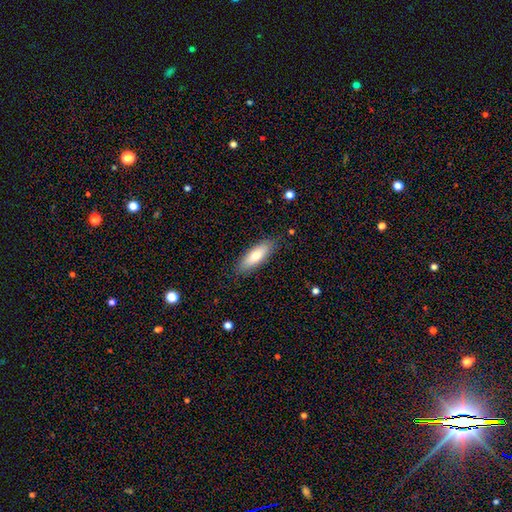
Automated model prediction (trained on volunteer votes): A smooth galaxy with no disk features (73%) that is in between round and cigar-shaped (63%).

Vote fractions:
- Smooth or featured? smooth: 73% / featured or disk: 21% / star or artifact: 6%
- How rounded? in between: 63% / cigar-shaped: 35% / round: 2%
- Merging? none: 86% / minor disturbance: 11% / major disturbance: 2% / merger: 1%